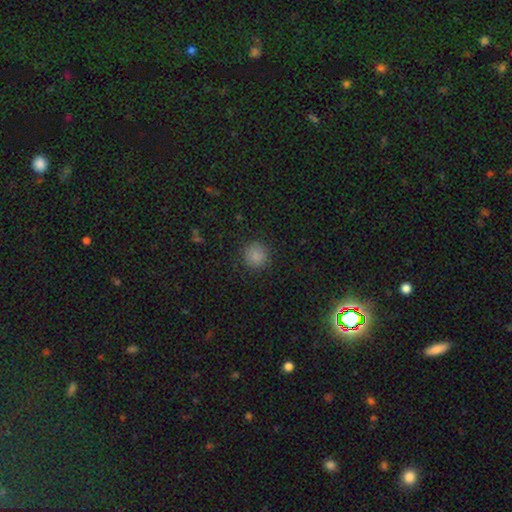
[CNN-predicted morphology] smooth 84%, star or artifact 11%, featured or disk 4%. Down the decision tree: how rounded — round (93%); merging — none (88%).